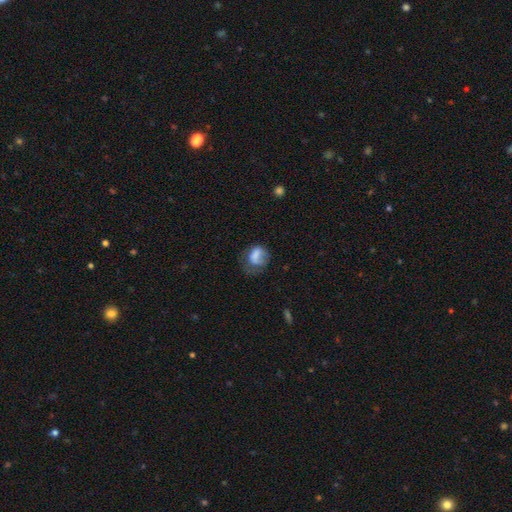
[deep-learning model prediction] The model was most divided on "merging": major disturbance: 37%, none: 32%, minor disturbance: 28%, merger: 3%. More confident: smooth or featured — smooth (70%); how rounded — in between (58%).